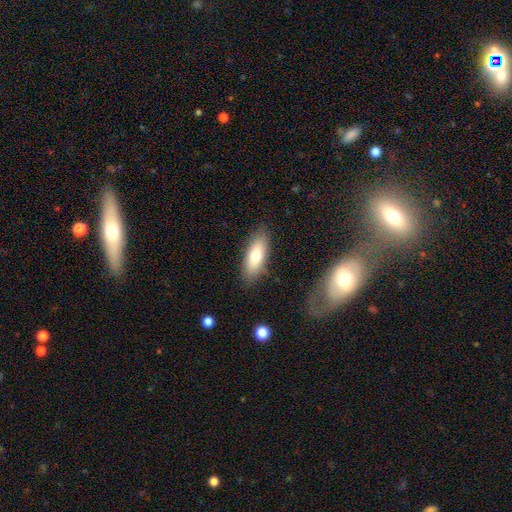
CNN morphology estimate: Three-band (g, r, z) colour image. It shows a smooth galaxy with no disk features (71%) that is in between round and cigar-shaped (72%). Merging: none (85%).